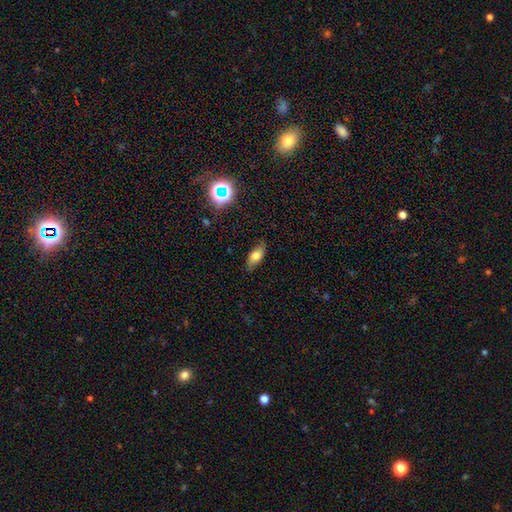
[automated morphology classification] smooth-or-featured: smooth: 68% | featured or disk: 21% | star or artifact: 10%
  how-rounded: in between: 81% | cigar-shaped: 14% | round: 4%
  merging: none: 78% | minor disturbance: 17% | major disturbance: 4% | merger: 1%